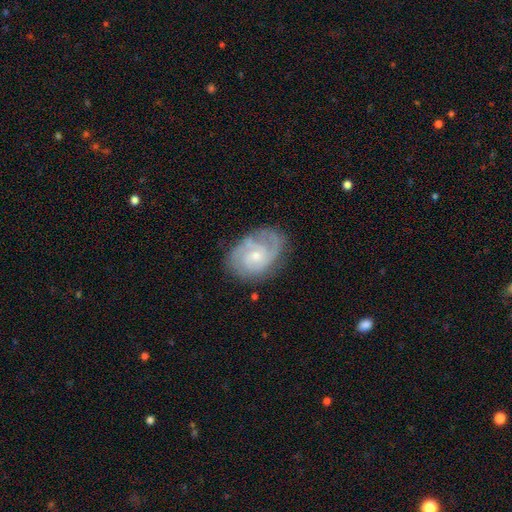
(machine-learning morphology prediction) A featured or disk galaxy (79%) with no bar (65%), 2 (38%) tight (50%) spiral arms (93%) and a small central bulge (63%).

Vote fractions:
- Smooth or featured? featured or disk: 79% / smooth: 16% / star or artifact: 6%
- Edge-on disk? no: 97% / yes: 3%
- Bar? no: 65% / weak: 31% / strong: 4%
- Spiral arms? yes: 93% / no: 7%
- Spiral winding? tight: 50% / medium: 39% / loose: 11%
- Spiral arm count? 2: 38% / can't tell: 26% / 3: 22% / 1: 6% / 4: 5% / more than 4: 3%
- Bulge size? small: 63% / moderate: 32% / none: 2% / large: 1% / dominant: 1%
- Merging? none: 70% / minor disturbance: 21% / major disturbance: 8% / merger: 2%